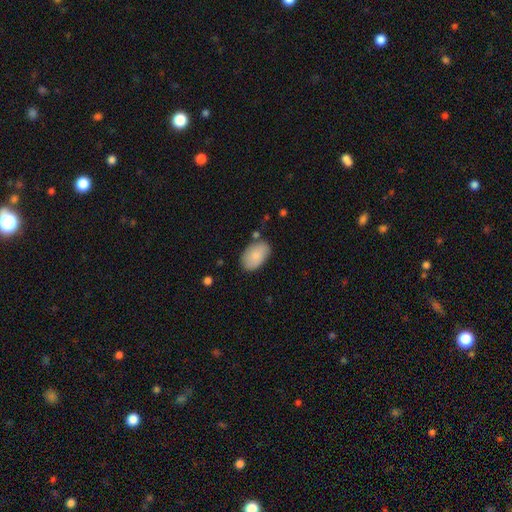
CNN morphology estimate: The model was most divided on "merging": none: 74%, minor disturbance: 18%, merger: 4%, major disturbance: 4%. More confident: how rounded — in between (93%); smooth or featured — smooth (84%).